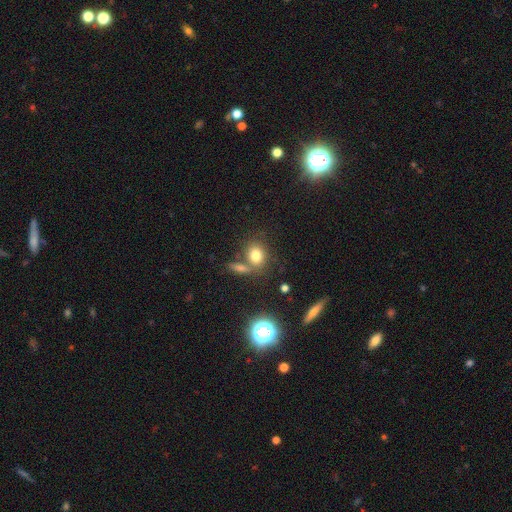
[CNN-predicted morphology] This is likely a smooth galaxy (75%). How rounded: possibly round (56%). Merging: possibly none (58%).